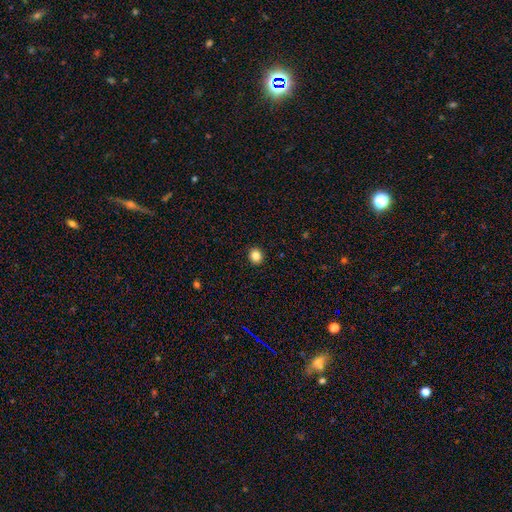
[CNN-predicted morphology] Overall: smooth (85%). How rounded: round (83%). Merging: none (93%).